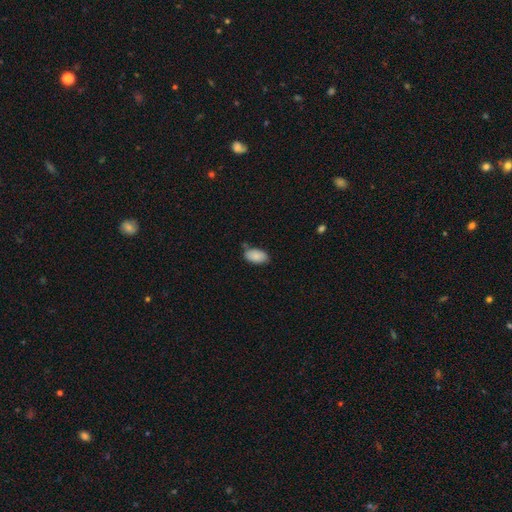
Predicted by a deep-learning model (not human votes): The model was most divided on "merging": none: 71%, minor disturbance: 20%, merger: 5%, major disturbance: 4%. More confident: how rounded — in between (95%); smooth or featured — smooth (87%).